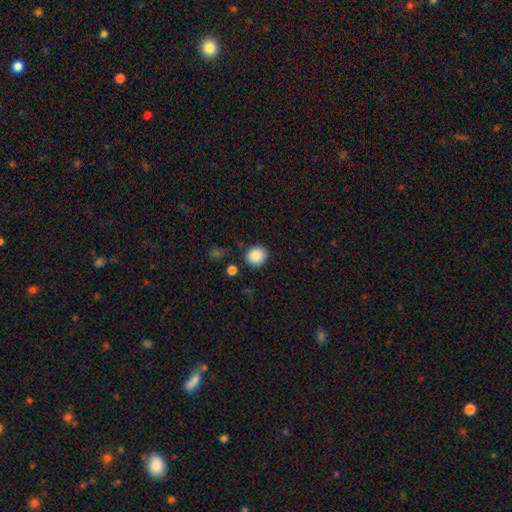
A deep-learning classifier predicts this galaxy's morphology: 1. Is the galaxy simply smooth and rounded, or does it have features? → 88% smooth, 9% star or artifact, 4% featured or disk.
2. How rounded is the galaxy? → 89% round, 10% in between, 1% cigar-shaped.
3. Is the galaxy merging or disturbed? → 84% none, 9% minor disturbance, 3% merger, 3% major disturbance.